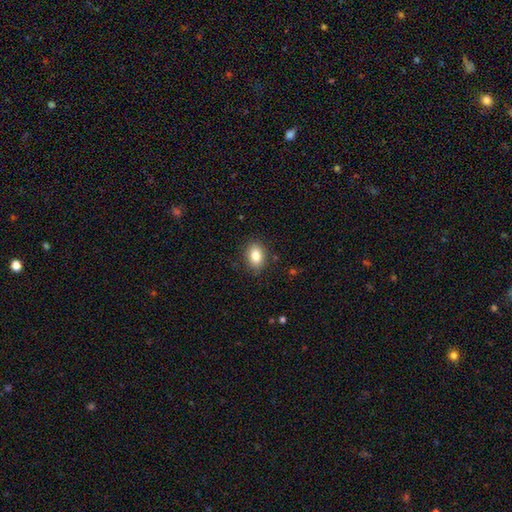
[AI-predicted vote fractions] Overall: smooth (83%). How rounded: in between (78%). Merging: none (85%).